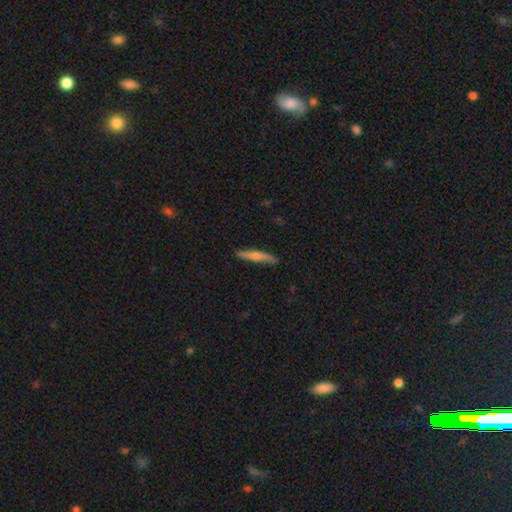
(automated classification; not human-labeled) featured or disk 56%, smooth 38%, star or artifact 6%. Down the decision tree: edge-on disk — yes (95%); edge-on bulge — rounded (83%); merging — none (88%).